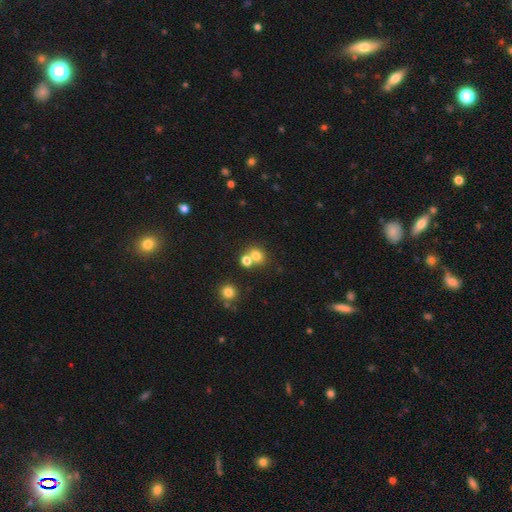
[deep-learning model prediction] This appears to be a smooth galaxy with no disk features (74%) that is round (65%). Merging: none (50%).